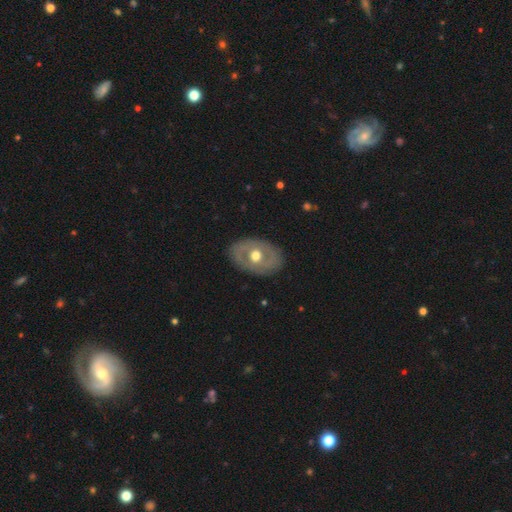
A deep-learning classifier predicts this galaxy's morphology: Overall: featured or disk (62%; smooth 33%). Edge-on disk: no (93%). Bar: no (79%). Spiral arms: no (72%). Bulge size: moderate (77%). Merging: none (83%).